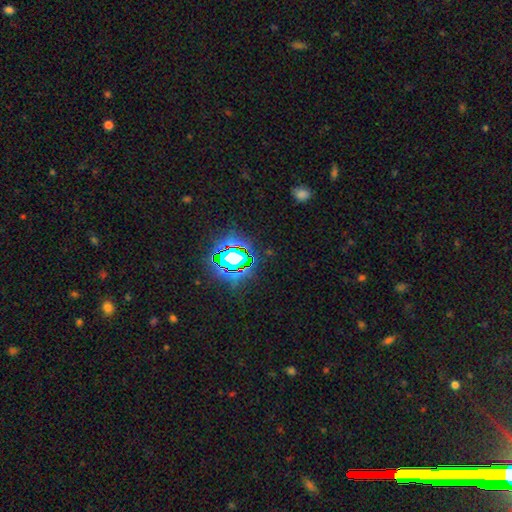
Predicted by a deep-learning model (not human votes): star or artifact 78%, smooth 14%, featured or disk 8%.